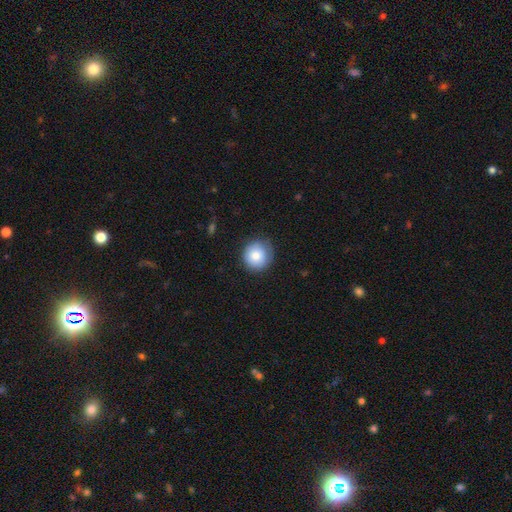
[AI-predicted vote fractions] Smooth or featured?
  - smooth: 82% *
  - featured or disk: 10%
  - star or artifact: 8%
How rounded?
  - round: 92% *
  - in between: 7%
  - cigar-shaped: 1%
Merging?
  - none: 83% *
  - minor disturbance: 13%
  - major disturbance: 3%
  - merger: 1%